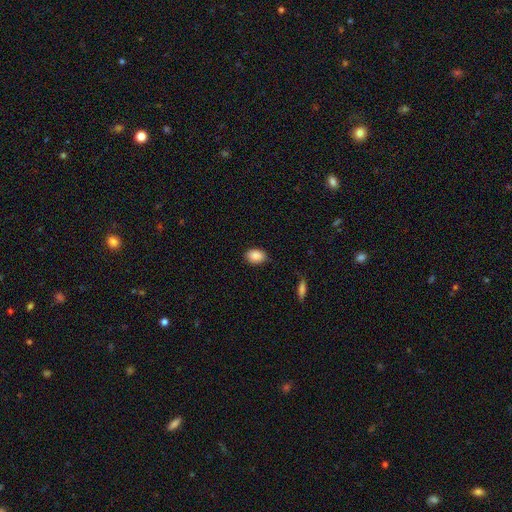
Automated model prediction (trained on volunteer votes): This appears to be a smooth galaxy with no disk features (88%) that is in between round and cigar-shaped (80%). Merging: none (84%).